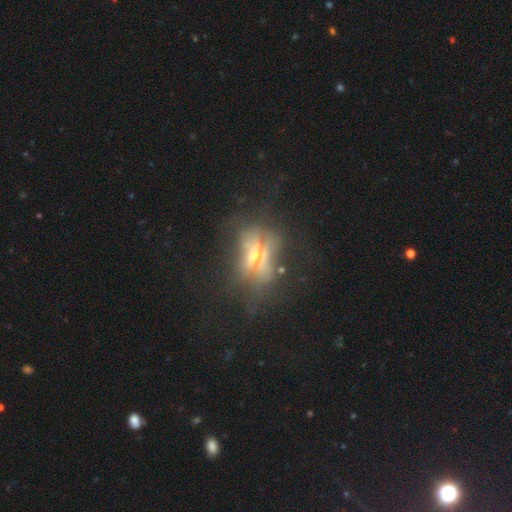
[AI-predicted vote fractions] featured or disk 50%, smooth 28%, star or artifact 23%. Down the decision tree: merging — none (47%).